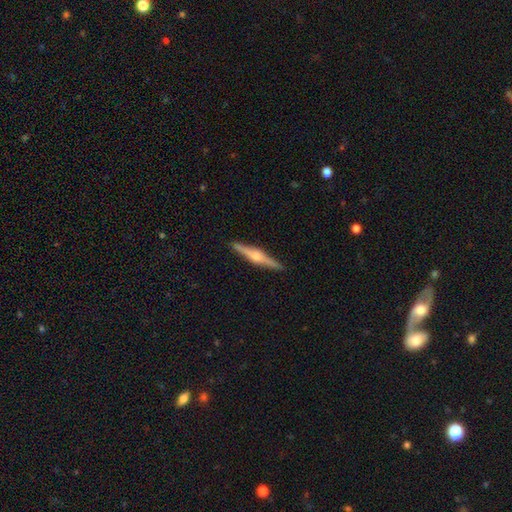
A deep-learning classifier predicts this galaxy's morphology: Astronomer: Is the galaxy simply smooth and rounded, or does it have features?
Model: featured or disk — 78%.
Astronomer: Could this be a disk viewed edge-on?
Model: yes — 98%.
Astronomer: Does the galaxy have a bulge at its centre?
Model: rounded — 87%.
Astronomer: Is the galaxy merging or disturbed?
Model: none — 91%.